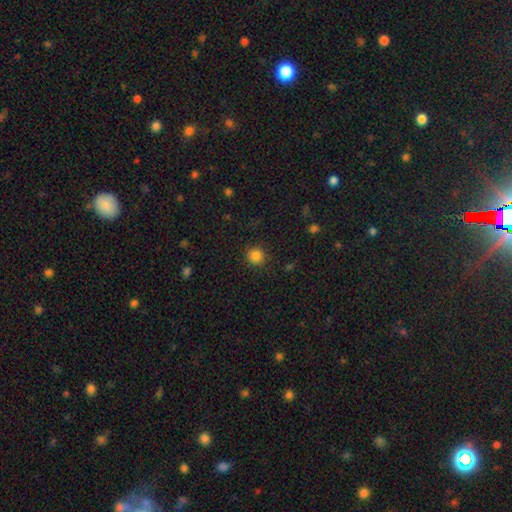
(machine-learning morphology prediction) A smooth galaxy with no disk features (84%) that is round (93%). Merging: none (88%).